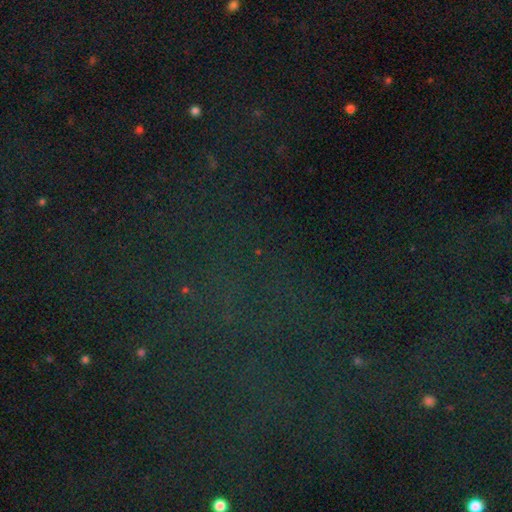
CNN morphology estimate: This is likely a star or artifact rather than a galaxy (78%).